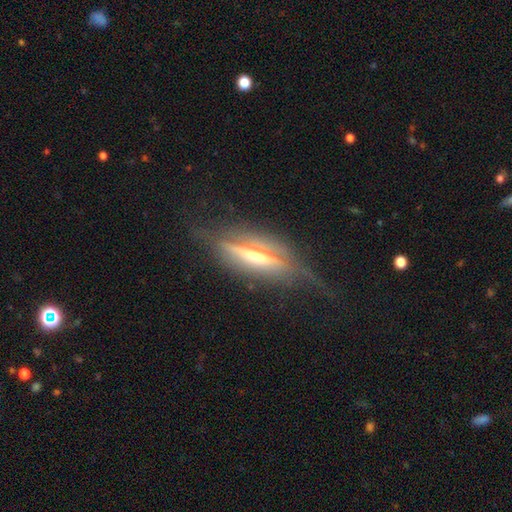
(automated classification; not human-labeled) Overall: featured or disk (76%). Edge-on disk: yes (87%). Edge-on bulge: rounded (61%; boxy 23%). Merging: none (61%; minor disturbance 23%).